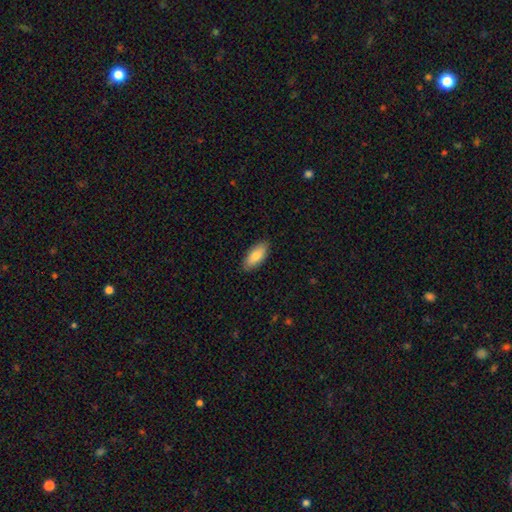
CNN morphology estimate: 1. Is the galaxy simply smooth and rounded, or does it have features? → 83% smooth, 11% featured or disk, 6% star or artifact.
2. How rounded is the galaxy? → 88% in between, 10% cigar-shaped, 2% round.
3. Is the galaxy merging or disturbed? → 88% none, 9% minor disturbance, 2% major disturbance, 1% merger.